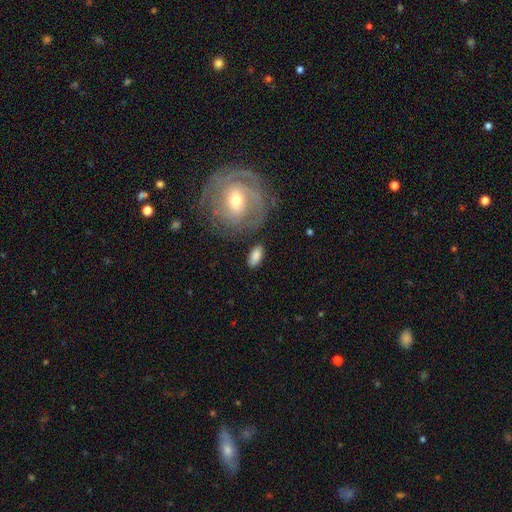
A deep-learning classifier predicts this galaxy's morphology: smooth-or-featured: smooth: 79% | featured or disk: 14% | star or artifact: 7%
  how-rounded: in between: 89% | round: 6% | cigar-shaped: 5%
  merging: none: 79% | minor disturbance: 12% | major disturbance: 5% | merger: 4%